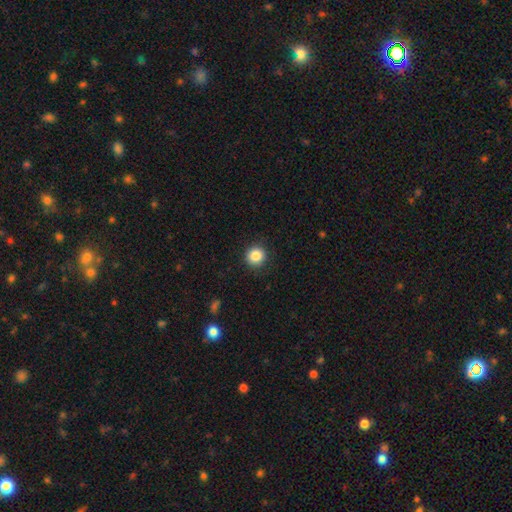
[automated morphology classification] type=smooth (86%); roundness=round (93%); merging=none (90%).